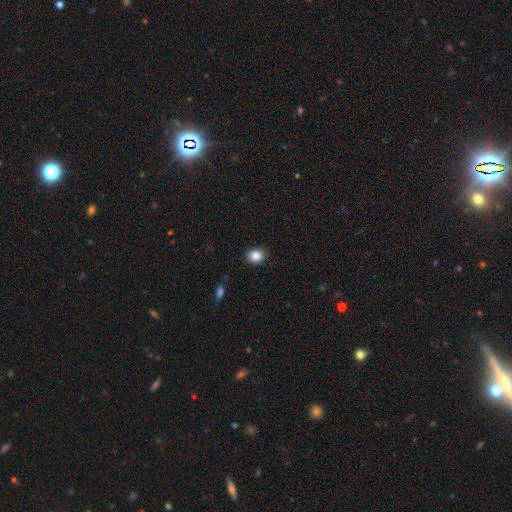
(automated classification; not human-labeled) Smooth or featured? smooth (85%)
How rounded? round (60%)
Merging? none (88%)